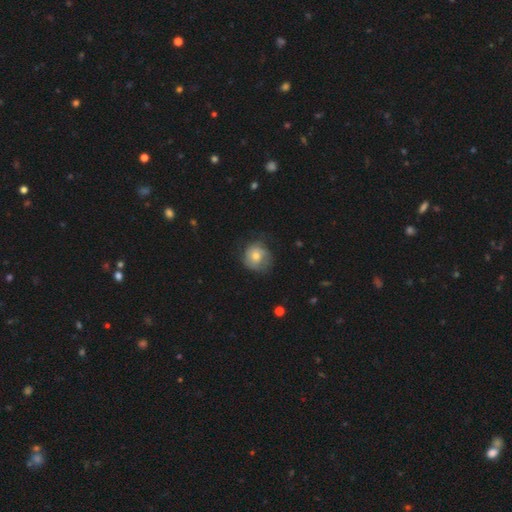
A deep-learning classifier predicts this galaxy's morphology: This appears to be a smooth galaxy with no disk features (59%) that is round (84%). Merging: none (60%).